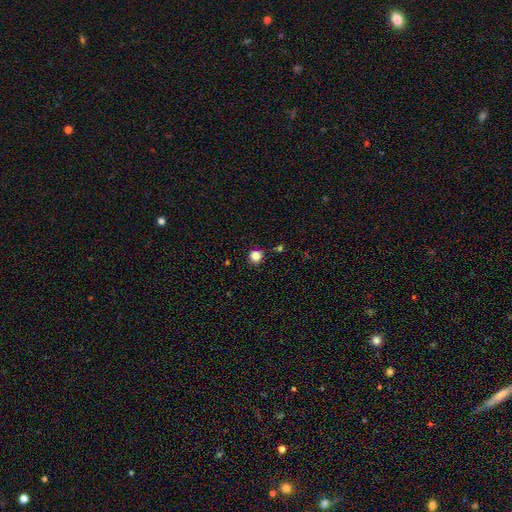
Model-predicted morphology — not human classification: Smooth or featured? Predicted: smooth (p=0.83). How rounded? Predicted: round (p=0.91). Merging? Predicted: none (p=0.85).